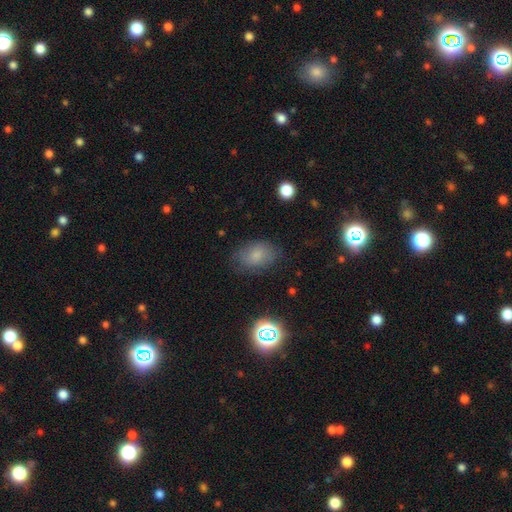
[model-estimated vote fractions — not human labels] This is likely a smooth galaxy (72%). How rounded: clearly in between (82%). Merging: likely none (74%).